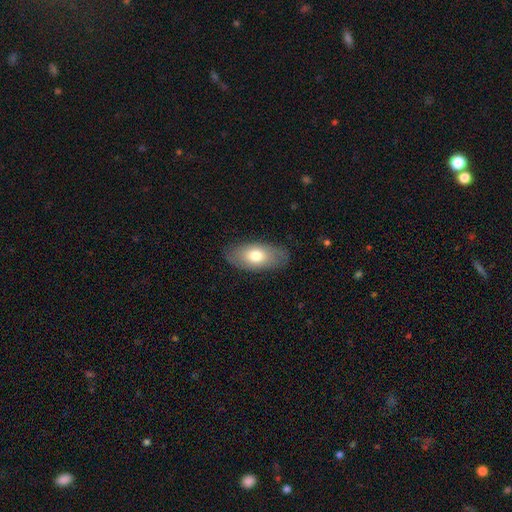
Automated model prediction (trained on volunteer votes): Morphology: type=smooth (70%); roundness=in between (91%); merging=none (82%).